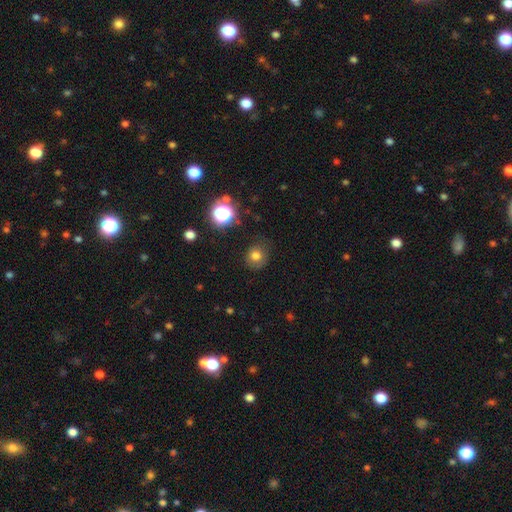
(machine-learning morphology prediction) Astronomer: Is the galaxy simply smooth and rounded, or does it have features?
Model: smooth — 74%.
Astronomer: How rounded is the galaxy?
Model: round — 82%.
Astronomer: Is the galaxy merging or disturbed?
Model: none — 76%.